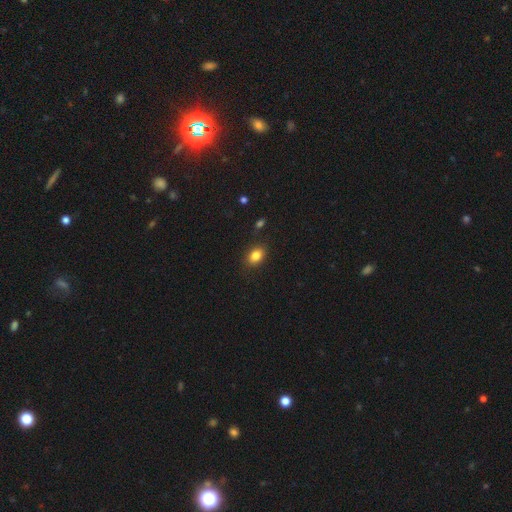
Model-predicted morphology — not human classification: A smooth galaxy with no disk features (84%) that is in between round and cigar-shaped (75%). Merging: none (85%).